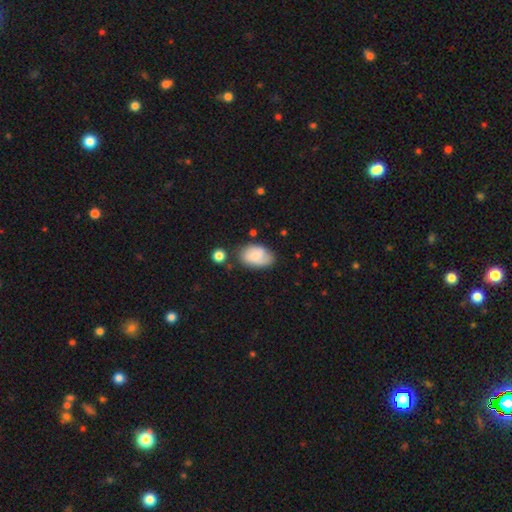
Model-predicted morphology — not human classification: The model was most divided on "smooth or featured": smooth: 61%, featured or disk: 32%, star or artifact: 7%. More confident: how rounded — in between (88%); merging — none (62%).